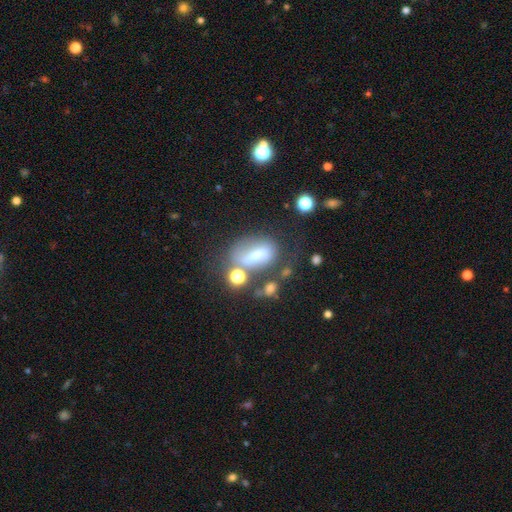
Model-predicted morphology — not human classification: A smooth galaxy with no disk features (48%).

Vote fractions:
- Smooth or featured? smooth: 48% / featured or disk: 39% / star or artifact: 13%
- Merging? none: 41% / minor disturbance: 21% / merger: 20% / major disturbance: 18%